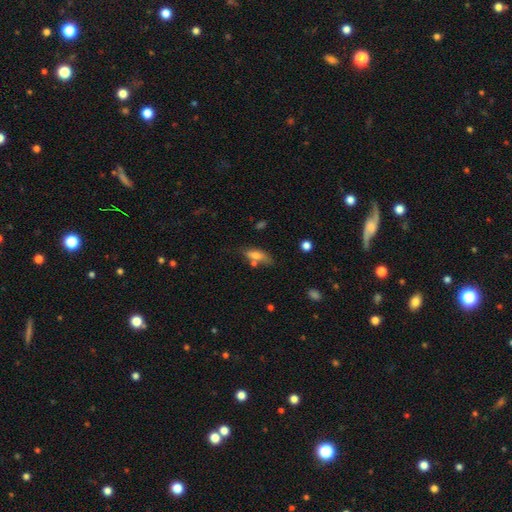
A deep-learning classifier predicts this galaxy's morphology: smooth_or_featured: smooth (p=0.69) [alt: featured or disk p=0.23]
how_rounded: in between (p=0.63) [alt: cigar-shaped p=0.34]
merging: none (p=0.56) [alt: minor disturbance p=0.21]